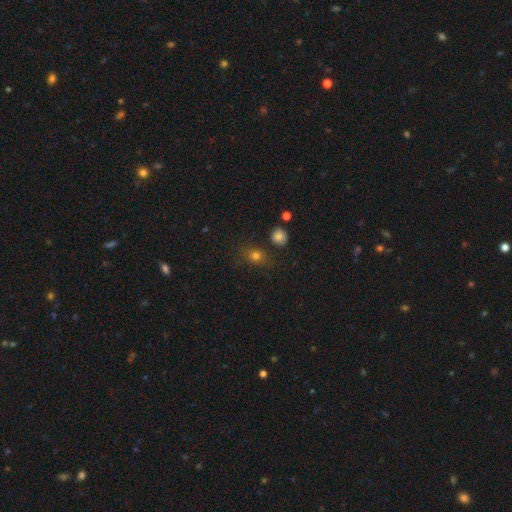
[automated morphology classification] Q: Smooth or featured?
A: smooth (73%); runner-up: star or artifact (18%)
Q: How rounded?
A: round (64%); runner-up: in between (35%)
Q: Merging?
A: none (74%); runner-up: minor disturbance (15%)